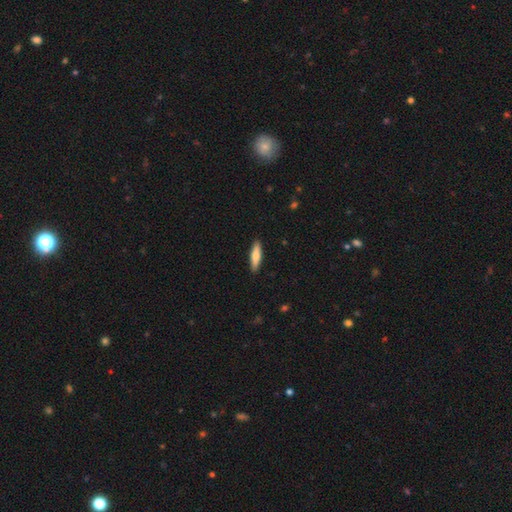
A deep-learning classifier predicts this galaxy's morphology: Q: Smooth or featured?
A: smooth (67%); runner-up: featured or disk (28%)
Q: How rounded?
A: cigar-shaped (73%); runner-up: in between (26%)
Q: Merging?
A: none (90%); runner-up: minor disturbance (7%)